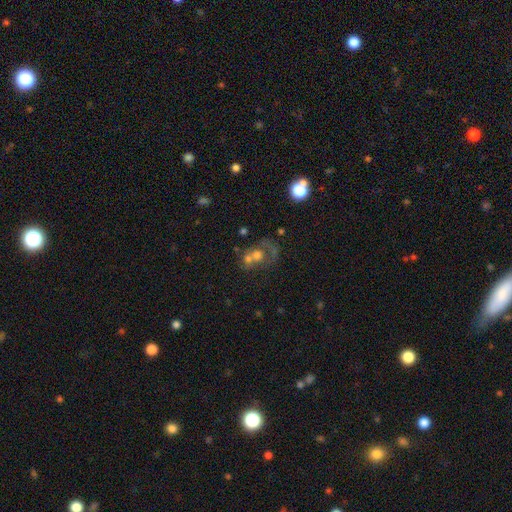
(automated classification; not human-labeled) Smooth or featured? featured or disk (44%)
Merging? merger (53%)